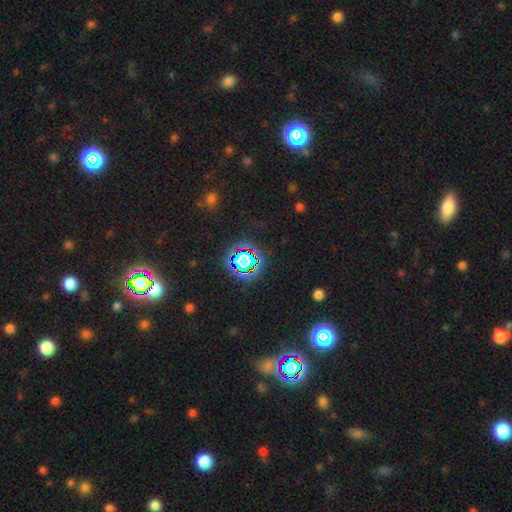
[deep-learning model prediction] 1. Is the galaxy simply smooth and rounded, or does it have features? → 76% star or artifact, 16% smooth, 8% featured or disk.